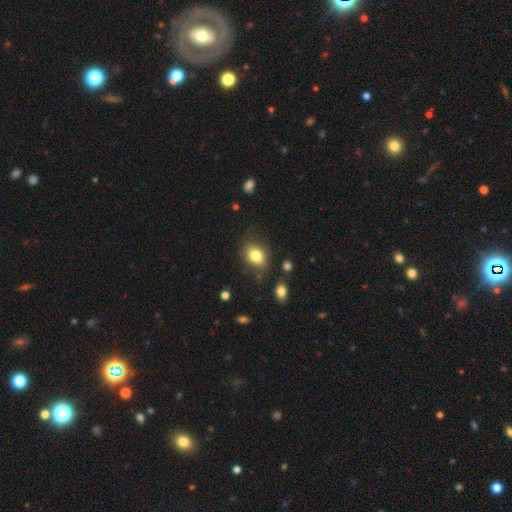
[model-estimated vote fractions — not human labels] A smooth galaxy with no disk features (81%) that is in between round and cigar-shaped (69%). Merging: none (76%).